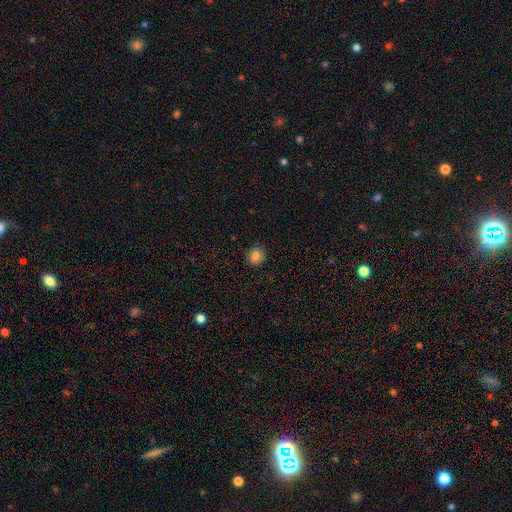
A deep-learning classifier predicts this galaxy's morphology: A smooth galaxy with no disk features (81%) that is round (81%).

Vote fractions:
- Smooth or featured? smooth: 81% / star or artifact: 11% / featured or disk: 8%
- How rounded? round: 81% / in between: 18% / cigar-shaped: 1%
- Merging? none: 87% / minor disturbance: 10% / major disturbance: 2% / merger: 1%